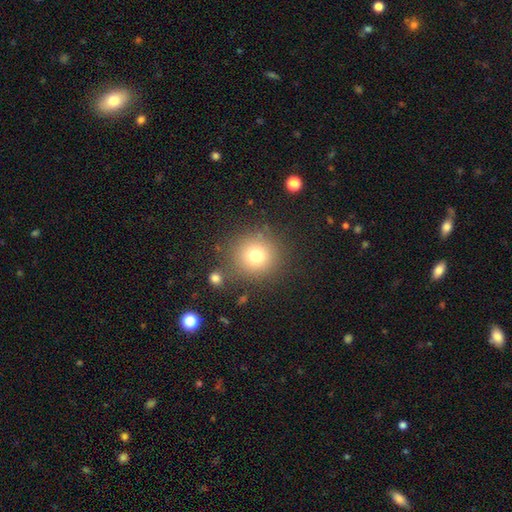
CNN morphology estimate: This appears to be a smooth galaxy with no disk features (75%) that is round (92%). Merging: none (82%).